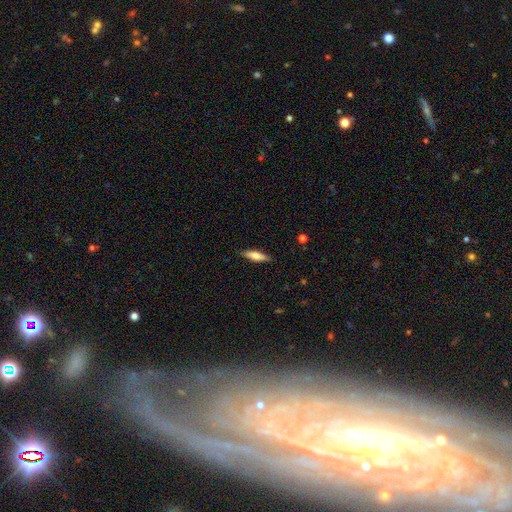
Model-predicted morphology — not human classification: Smooth or featured?
  - smooth: 69% *
  - featured or disk: 25%
  - star or artifact: 6%
How rounded?
  - cigar-shaped: 61% *
  - in between: 37%
  - round: 2%
Merging?
  - none: 87% *
  - minor disturbance: 10%
  - major disturbance: 2%
  - merger: 1%